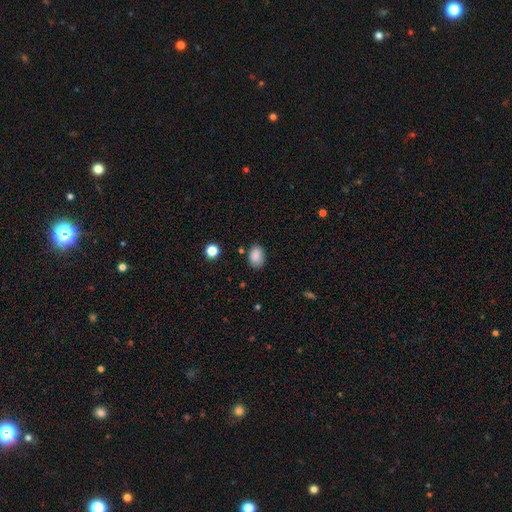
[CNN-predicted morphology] This appears to be a smooth galaxy with no disk features (87%) that is in between round and cigar-shaped (79%). Merging: none (78%).